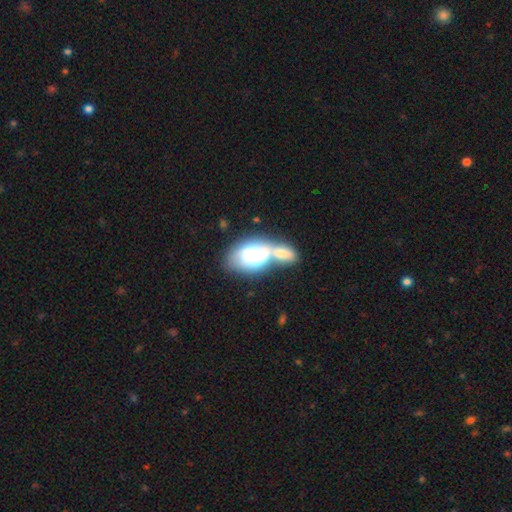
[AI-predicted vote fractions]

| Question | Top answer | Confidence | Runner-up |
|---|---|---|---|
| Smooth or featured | smooth | 64% | featured or disk (29%) |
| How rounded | in between | 88% | round (9%) |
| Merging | merger | 69% | none (14%) |